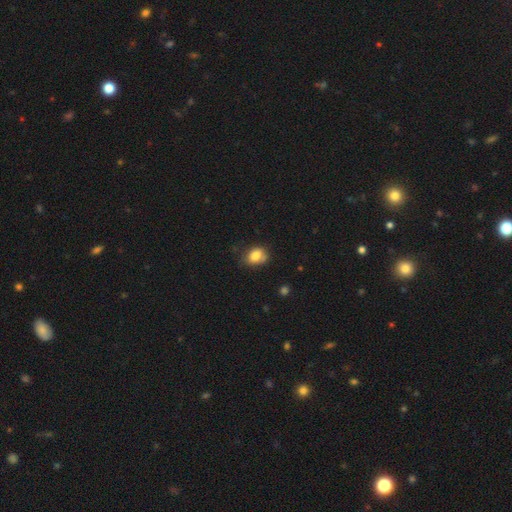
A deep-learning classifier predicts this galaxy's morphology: Overall: smooth (80%). How rounded: in between (64%; round 35%). Merging: none (57%; minor disturbance 29%).